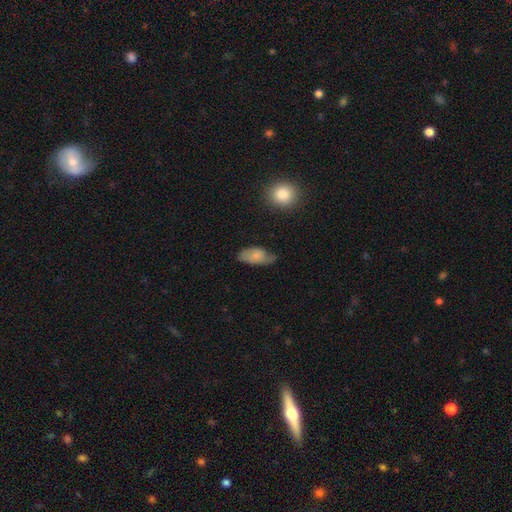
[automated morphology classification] Overall: smooth (67%). How rounded: in between (91%). Merging: none (47%; minor disturbance 38%).